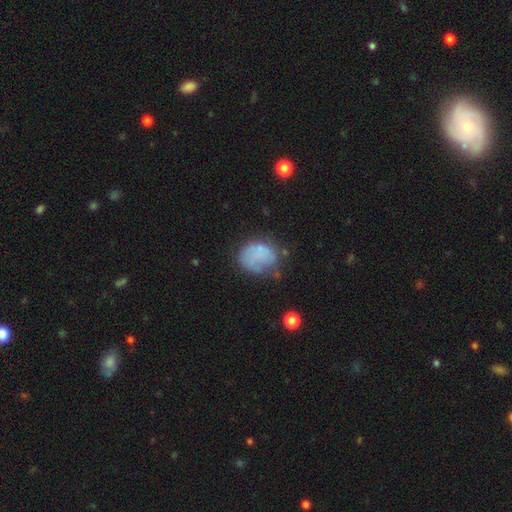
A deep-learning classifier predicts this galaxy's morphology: A smooth galaxy with no disk features (63%) that is round (52%). Merging: none (41%).